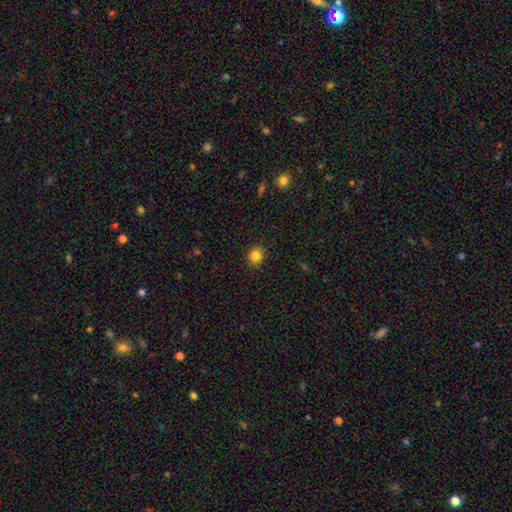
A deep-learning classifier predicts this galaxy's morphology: Smooth or featured? smooth (84%)
How rounded? round (72%)
Merging? none (90%)